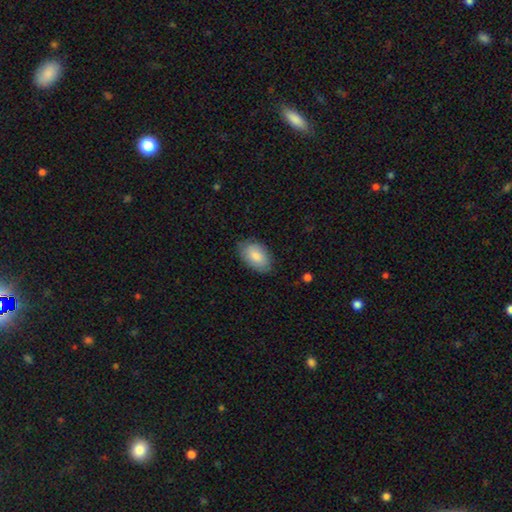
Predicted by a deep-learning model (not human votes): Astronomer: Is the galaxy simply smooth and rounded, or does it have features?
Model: smooth — 83%.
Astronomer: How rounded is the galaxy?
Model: in between — 93%.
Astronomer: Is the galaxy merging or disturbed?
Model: none — 79%.